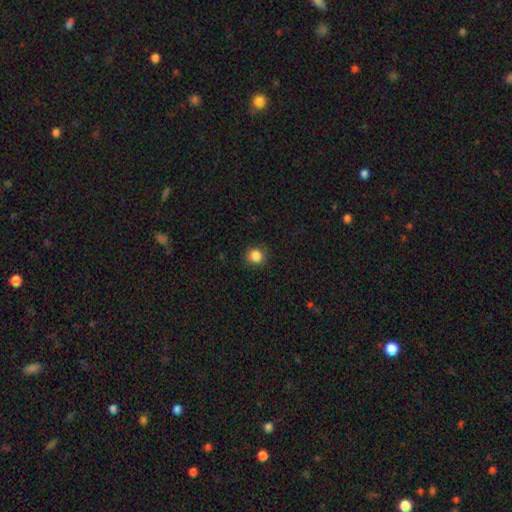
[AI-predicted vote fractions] Morphology: type=smooth (86%); roundness=round (89%); merging=none (89%).